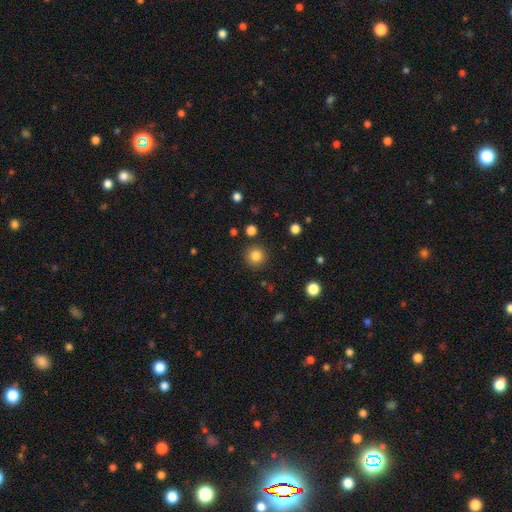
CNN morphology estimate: This appears to be a smooth galaxy with no disk features (83%) that is round (94%). Merging: none (88%).